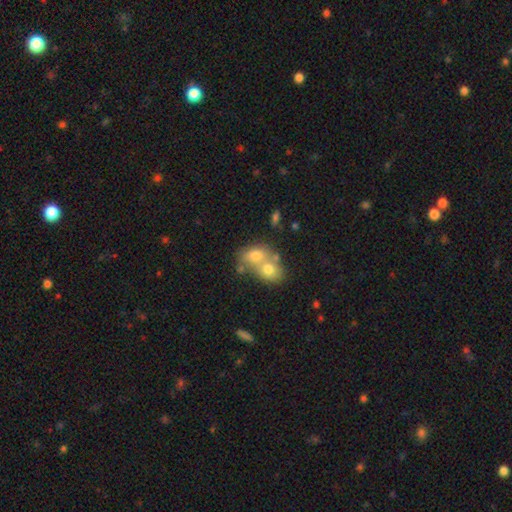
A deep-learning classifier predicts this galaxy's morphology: smooth 69%, featured or disk 21%, star or artifact 10%. Down the decision tree: how rounded — in between (63%); merging — merger (68%).